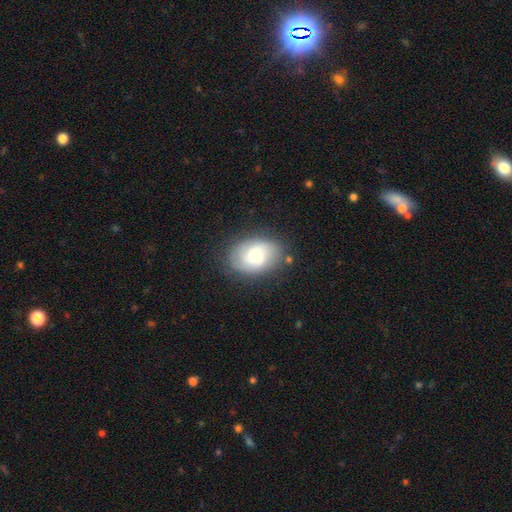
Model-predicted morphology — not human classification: smooth-or-featured: smooth: 47% | featured or disk: 44% | star or artifact: 9%
  merging: none: 74% | minor disturbance: 18% | major disturbance: 6% | merger: 2%